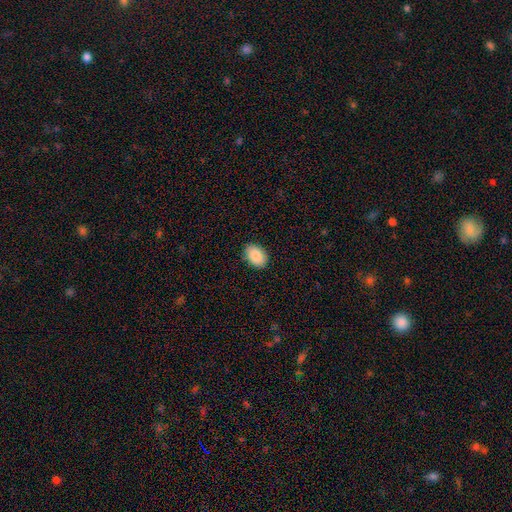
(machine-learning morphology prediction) Smooth or featured? Predicted: smooth (p=0.89). How rounded? Predicted: in between (p=0.84). Merging? Predicted: none (p=0.89).